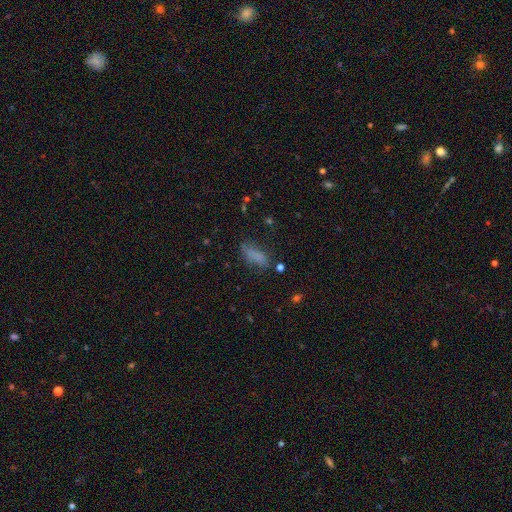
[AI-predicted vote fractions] The model was most divided on "how rounded": in between: 63%, cigar-shaped: 34%, round: 3%. More confident: smooth or featured — smooth (76%); merging — none (60%).